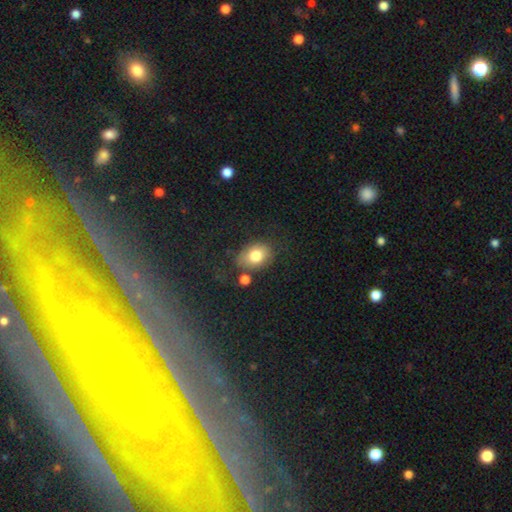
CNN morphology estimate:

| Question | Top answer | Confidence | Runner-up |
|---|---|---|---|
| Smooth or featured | smooth | 78% | featured or disk (13%) |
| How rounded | in between | 70% | round (29%) |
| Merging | none | 68% | minor disturbance (18%) |